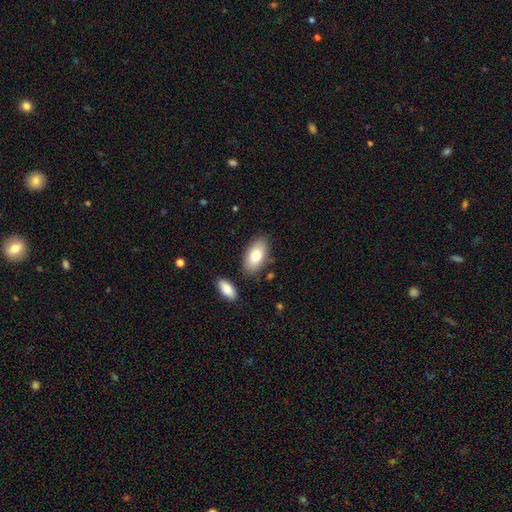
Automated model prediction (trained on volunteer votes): Smooth or featured? Predicted: smooth (p=0.79). How rounded? Predicted: in between (p=0.93). Merging? Predicted: none (p=0.82).